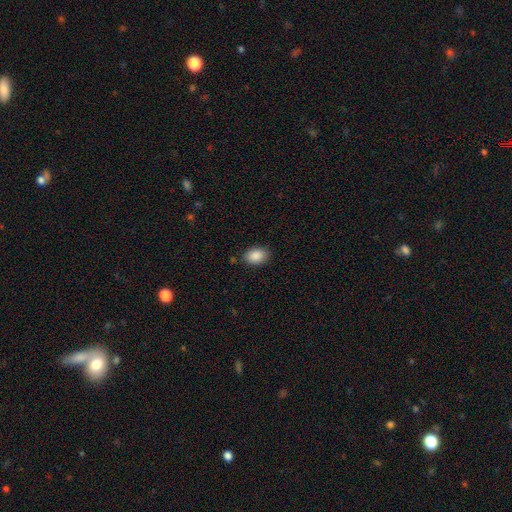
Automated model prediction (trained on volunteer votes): A smooth galaxy with no disk features (88%) that is in between round and cigar-shaped (82%).

Vote fractions:
- Smooth or featured? smooth: 88% / star or artifact: 7% / featured or disk: 4%
- How rounded? in between: 82% / round: 17% / cigar-shaped: 1%
- Merging? none: 84% / minor disturbance: 11% / major disturbance: 3% / merger: 2%